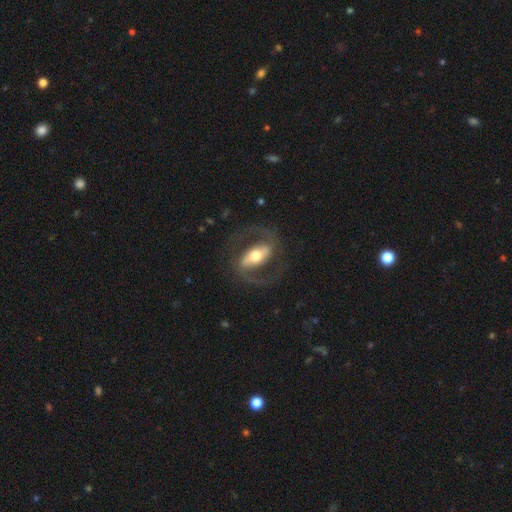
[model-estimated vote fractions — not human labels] featured or disk 84%, smooth 11%, star or artifact 4%. Down the decision tree: edge-on disk — no (93%); bar — strong (62%); spiral arms — yes (89%); spiral arm count — 2 (92%); spiral winding — medium (56%); bulge size — moderate (64%); merging — none (77%).